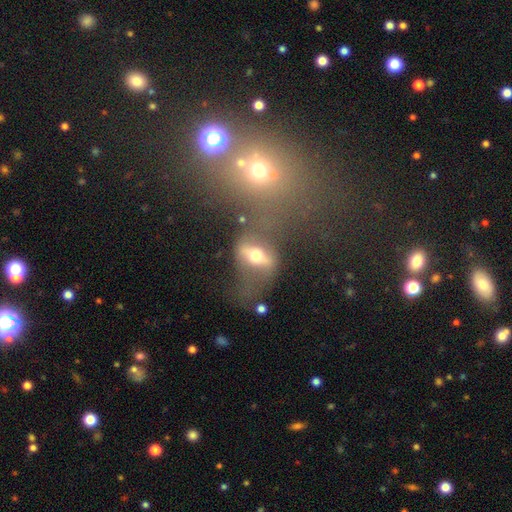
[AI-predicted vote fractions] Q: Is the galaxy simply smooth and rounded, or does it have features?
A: featured or disk — 61%.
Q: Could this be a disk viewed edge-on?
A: no — 59%.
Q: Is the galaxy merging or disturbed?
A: none — 50%.